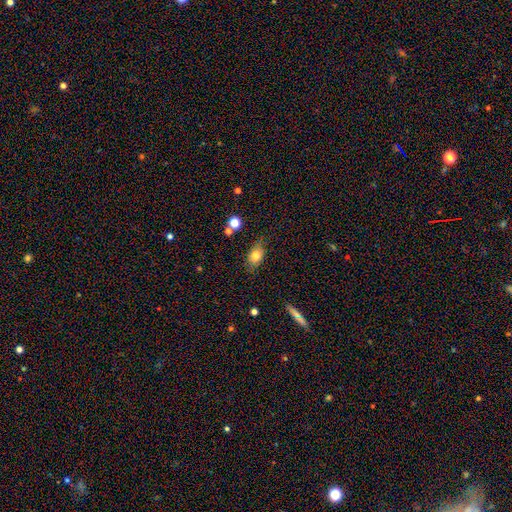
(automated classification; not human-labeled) This appears to be a smooth galaxy with no disk features (78%) that is in between round and cigar-shaped (81%). Merging: none (72%).